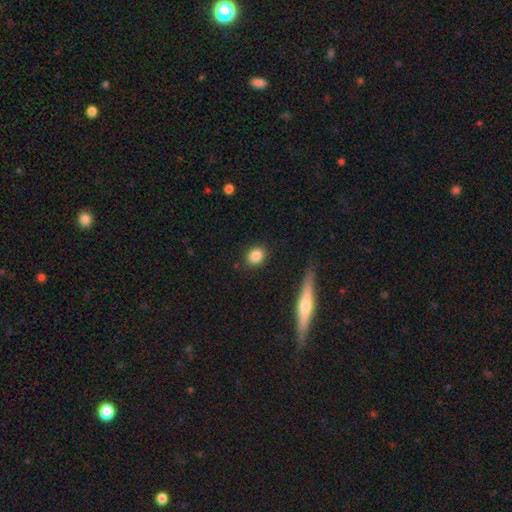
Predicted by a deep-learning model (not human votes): Overall: smooth (85%). How rounded: round (59%; in between 39%). Merging: none (88%).